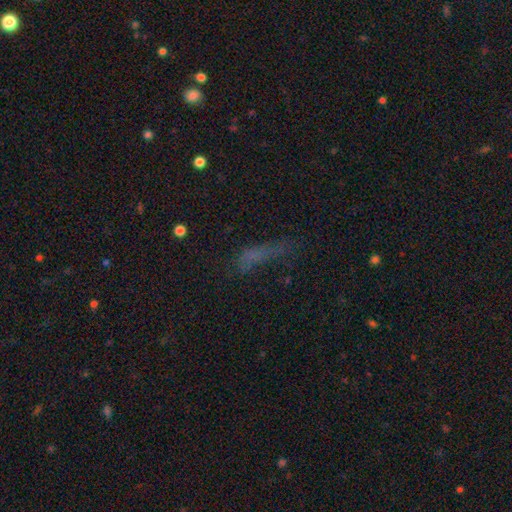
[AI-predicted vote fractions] Smooth or featured?
  - smooth: 53% *
  - star or artifact: 25%
  - featured or disk: 21%
How rounded?
  - cigar-shaped: 64% *
  - in between: 31%
  - round: 5%
Merging?
  - none: 43% *
  - major disturbance: 28%
  - minor disturbance: 24%
  - merger: 5%